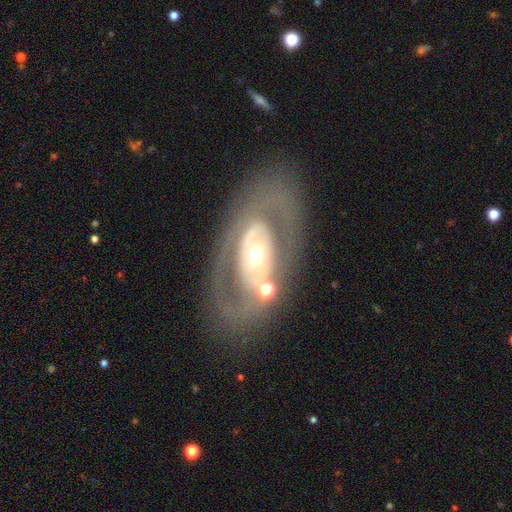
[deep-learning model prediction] Morphology: type=featured or disk (74%); edge-on=no (92%); bar=no (74%); spiral arms=no (68%); bulge=moderate (67%); merging=none (72%).